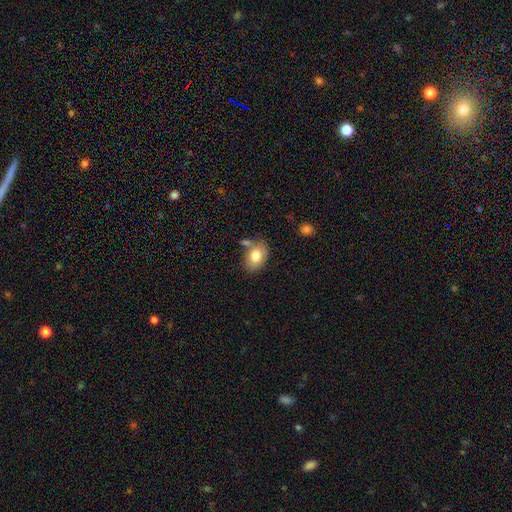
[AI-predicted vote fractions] smooth-or-featured: smooth: 77% | featured or disk: 15% | star or artifact: 8%
  how-rounded: in between: 79% | round: 20% | cigar-shaped: 1%
  merging: none: 66% | minor disturbance: 17% | merger: 13% | major disturbance: 4%